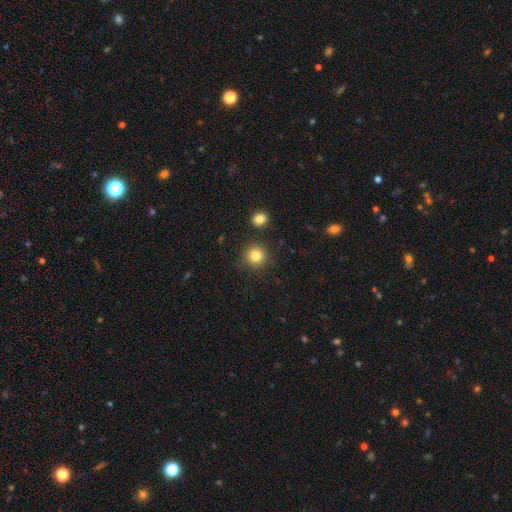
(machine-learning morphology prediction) Smooth or featured? smooth (83%)
How rounded? round (93%)
Merging? none (87%)